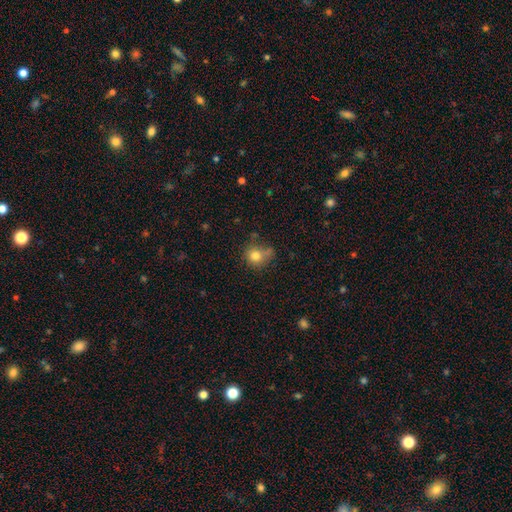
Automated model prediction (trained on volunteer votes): Smooth or featured? smooth (79%)
How rounded? round (82%)
Merging? none (55%)